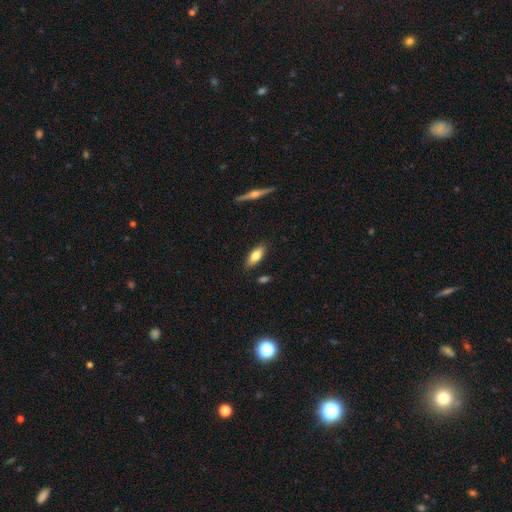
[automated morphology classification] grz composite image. It shows a smooth galaxy with no disk features (72%) that is in between round and cigar-shaped (72%). Merging: none (85%).